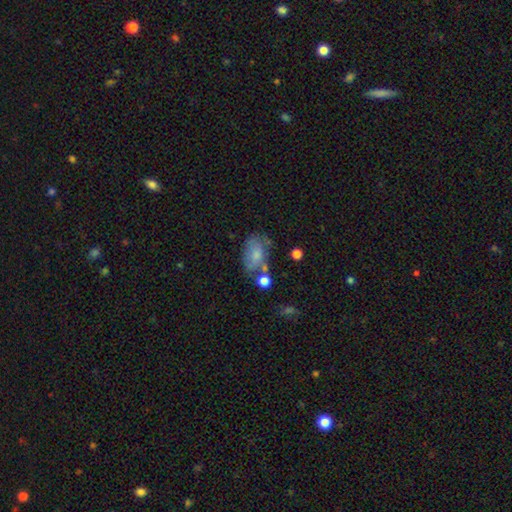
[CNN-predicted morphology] smooth 67%, featured or disk 25%, star or artifact 9%. Down the decision tree: how rounded — in between (86%); merging — none (42%).